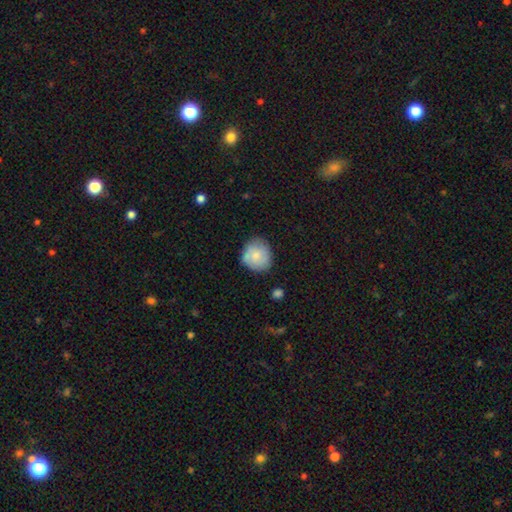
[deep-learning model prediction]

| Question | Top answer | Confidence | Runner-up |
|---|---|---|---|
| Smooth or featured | smooth | 72% | featured or disk (21%) |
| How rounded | round | 83% | in between (16%) |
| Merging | none | 72% | minor disturbance (22%) |